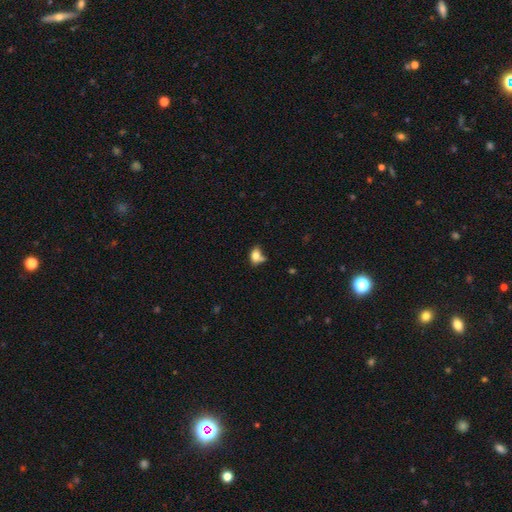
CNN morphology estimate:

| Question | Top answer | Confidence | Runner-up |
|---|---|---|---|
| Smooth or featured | smooth | 77% | featured or disk (13%) |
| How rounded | in between | 69% | round (29%) |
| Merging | none | 39% | minor disturbance (27%) |